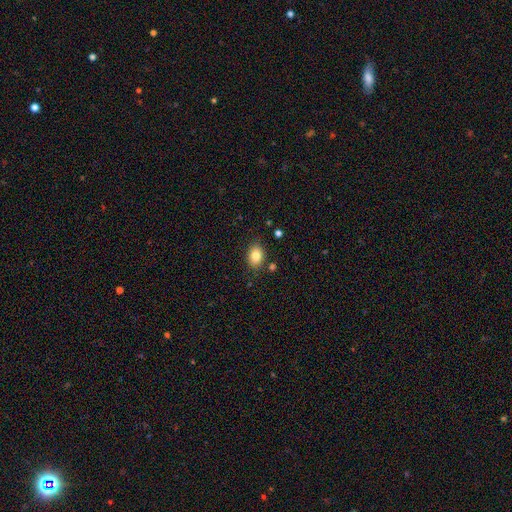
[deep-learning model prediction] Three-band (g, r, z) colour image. It shows a smooth galaxy with no disk features (83%) that is in between round and cigar-shaped (77%). Merging: none (83%).